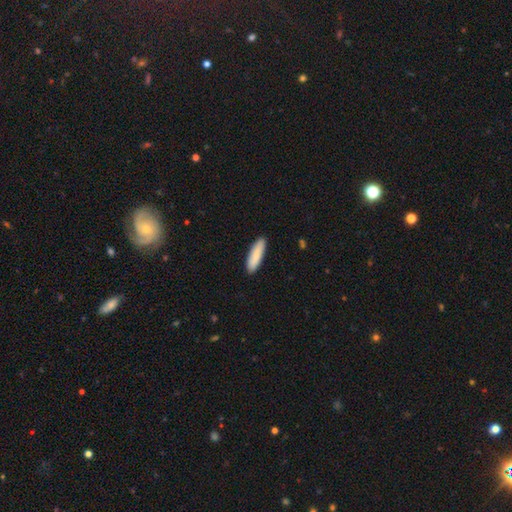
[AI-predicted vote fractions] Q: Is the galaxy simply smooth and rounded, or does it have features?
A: smooth — 87%.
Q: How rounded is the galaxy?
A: cigar-shaped — 64%.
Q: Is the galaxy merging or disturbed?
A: none — 90%.